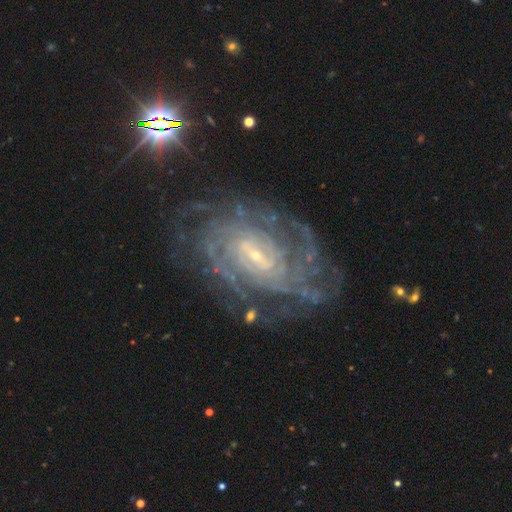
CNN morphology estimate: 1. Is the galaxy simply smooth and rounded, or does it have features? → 89% featured or disk, 7% star or artifact, 4% smooth.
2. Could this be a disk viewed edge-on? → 97% no, 3% yes.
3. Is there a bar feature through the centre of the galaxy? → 50% weak, 29% no, 21% strong.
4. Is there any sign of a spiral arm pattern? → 97% yes, 3% no.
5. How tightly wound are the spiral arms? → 74% tight, 22% medium, 5% loose.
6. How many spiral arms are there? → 33% can't tell, 18% 4, 17% more than 4, 13% 2, 11% 3, 8% 1.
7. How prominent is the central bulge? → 81% small, 14% moderate, 3% none, 2% large, 1% dominant.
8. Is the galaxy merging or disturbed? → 73% none, 16% minor disturbance, 9% major disturbance, 2% merger.